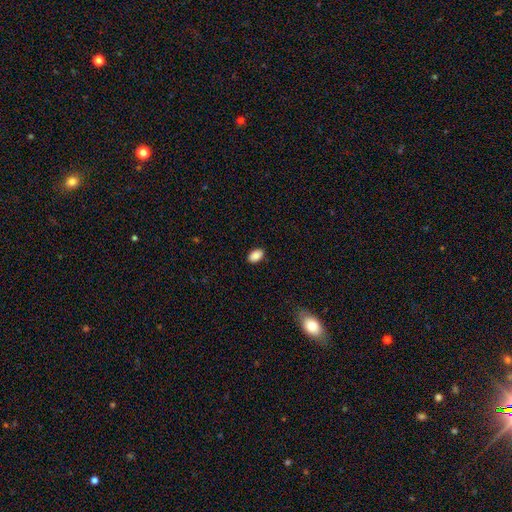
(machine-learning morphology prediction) Overall: smooth (88%). How rounded: in between (89%). Merging: none (87%).